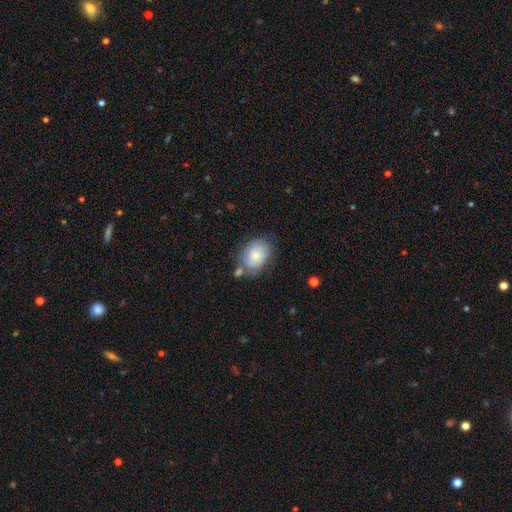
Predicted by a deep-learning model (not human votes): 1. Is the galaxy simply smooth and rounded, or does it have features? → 78% smooth, 15% featured or disk, 7% star or artifact.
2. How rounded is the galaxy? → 76% in between, 23% round, 1% cigar-shaped.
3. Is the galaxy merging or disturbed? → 62% none, 22% minor disturbance, 9% merger, 7% major disturbance.